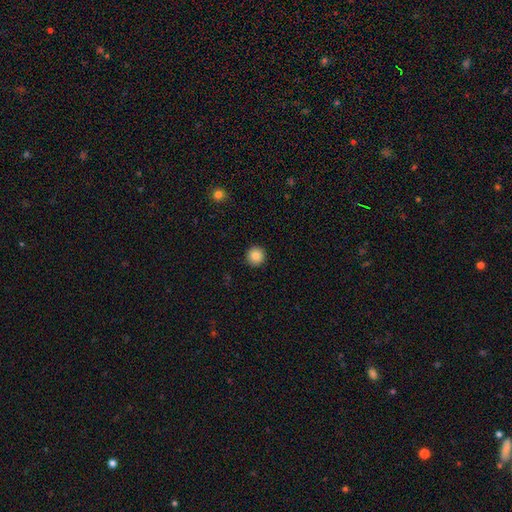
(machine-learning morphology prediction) This is clearly a smooth galaxy (87%). How rounded: clearly round (96%). Merging: clearly none (93%).